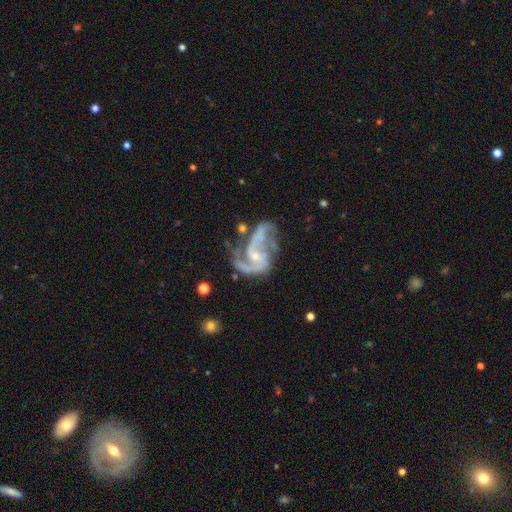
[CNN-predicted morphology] Q: Smooth or featured?
A: featured or disk (91%); runner-up: star or artifact (5%)
Q: Edge-on disk?
A: no (98%); runner-up: yes (2%)
Q: Bar?
A: no (53%); runner-up: weak (36%)
Q: Spiral arms?
A: yes (97%); runner-up: no (3%)
Q: Spiral winding?
A: medium (51%); runner-up: loose (35%)
Q: Spiral arm count?
A: 2 (78%); runner-up: 3 (9%)
Q: Bulge size?
A: small (67%); runner-up: moderate (25%)
Q: Merging?
A: none (40%); runner-up: major disturbance (28%)